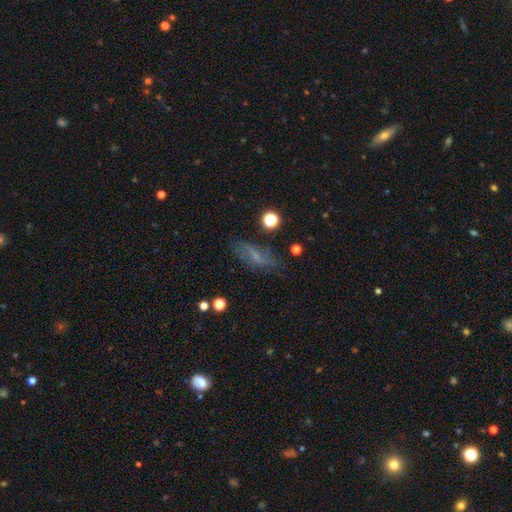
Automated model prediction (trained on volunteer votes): A featured or disk galaxy (43%).

Vote fractions:
- Smooth or featured? featured or disk: 43% / smooth: 42% / star or artifact: 15%
- Merging? none: 71% / minor disturbance: 19% / major disturbance: 8% / merger: 3%